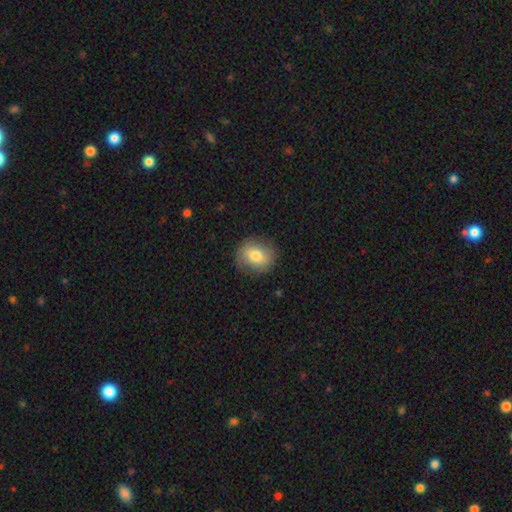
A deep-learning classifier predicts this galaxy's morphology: Q: Smooth or featured?
A: smooth (73%); runner-up: featured or disk (19%)
Q: How rounded?
A: round (74%); runner-up: in between (25%)
Q: Merging?
A: none (86%); runner-up: minor disturbance (10%)